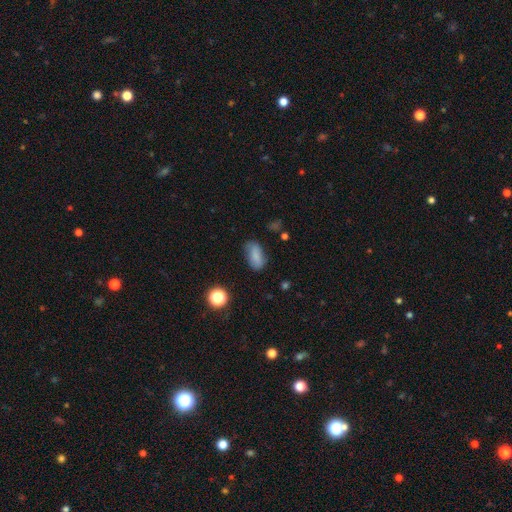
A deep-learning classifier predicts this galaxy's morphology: Overall: smooth (78%). How rounded: in between (88%). Merging: none (70%).